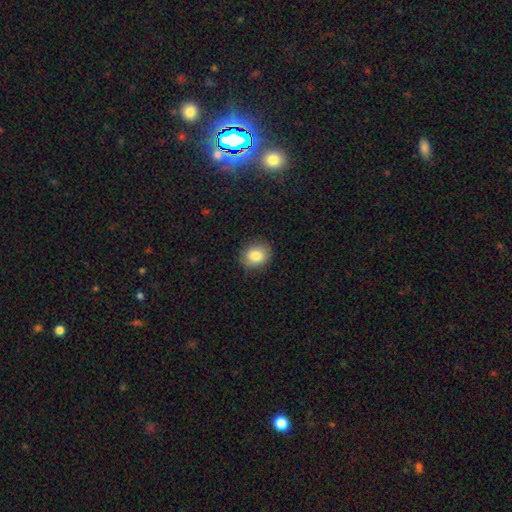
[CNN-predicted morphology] The model was most divided on "how rounded": round: 60%, in between: 39%, cigar-shaped: 1%. More confident: merging — none (86%); smooth or featured — smooth (83%).